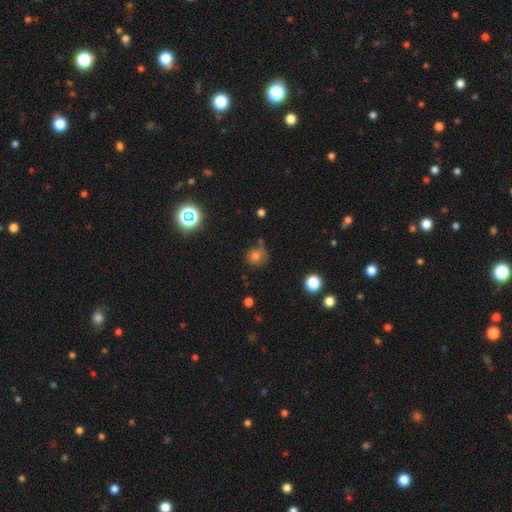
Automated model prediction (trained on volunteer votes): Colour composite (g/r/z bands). It shows a smooth galaxy with no disk features (74%) that is round (83%). Merging: none (60%).